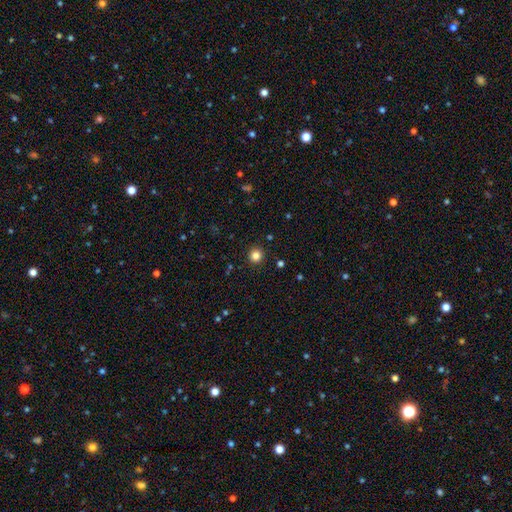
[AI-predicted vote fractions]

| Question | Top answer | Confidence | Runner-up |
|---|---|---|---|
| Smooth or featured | smooth | 83% | star or artifact (13%) |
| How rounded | round | 94% | in between (5%) |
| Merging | none | 92% | minor disturbance (5%) |